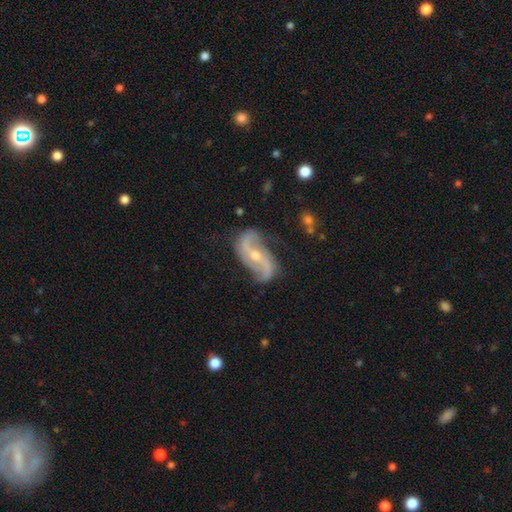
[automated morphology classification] Smooth or featured?
  - featured or disk: 89% *
  - smooth: 6%
  - star or artifact: 5%
Edge-on disk?
  - no: 96% *
  - yes: 4%
Bar?
  - no: 39% *
  - weak: 36%
  - strong: 25%
Spiral arms?
  - yes: 96% *
  - no: 4%
Spiral winding?
  - loose: 64% *
  - medium: 27%
  - tight: 9%
Spiral arm count?
  - 2: 91% *
  - can't tell: 3%
  - 3: 2%
  - 1: 2%
  - 4: 1%
  - more than 4: 1%
Bulge size?
  - moderate: 50% *
  - small: 47%
  - large: 1%
  - none: 1%
  - dominant: 1%
Merging?
  - none: 73% *
  - minor disturbance: 18%
  - major disturbance: 7%
  - merger: 2%